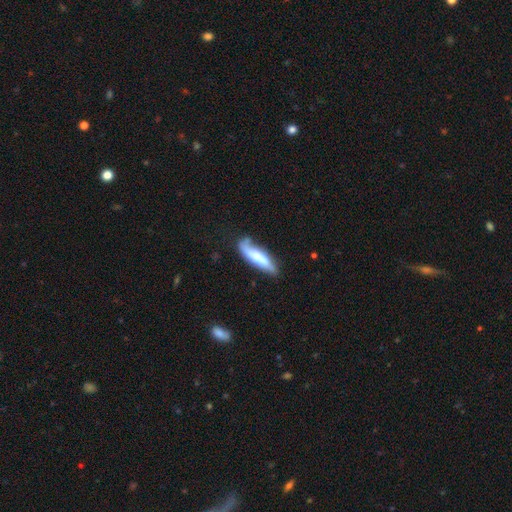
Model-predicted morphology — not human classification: Smooth or featured: smooth — 62% (featured or disk — 32%)
How rounded: cigar-shaped — 69% (in between — 29%)
Merging: none — 56% (minor disturbance — 27%)